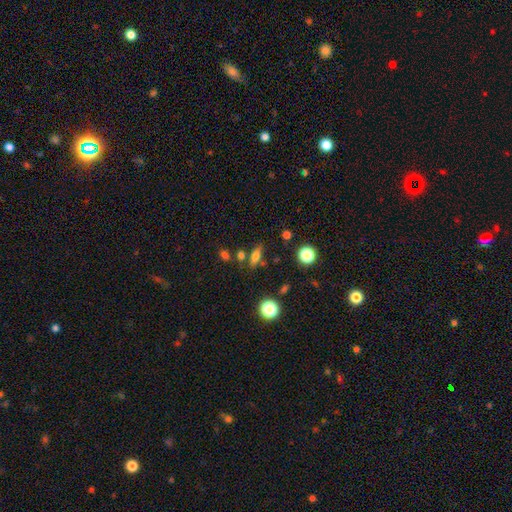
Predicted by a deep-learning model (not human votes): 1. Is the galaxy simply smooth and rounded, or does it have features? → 68% smooth, 19% featured or disk, 13% star or artifact.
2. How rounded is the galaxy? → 55% in between, 34% cigar-shaped, 12% round.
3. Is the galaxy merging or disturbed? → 71% none, 13% minor disturbance, 11% merger, 5% major disturbance.